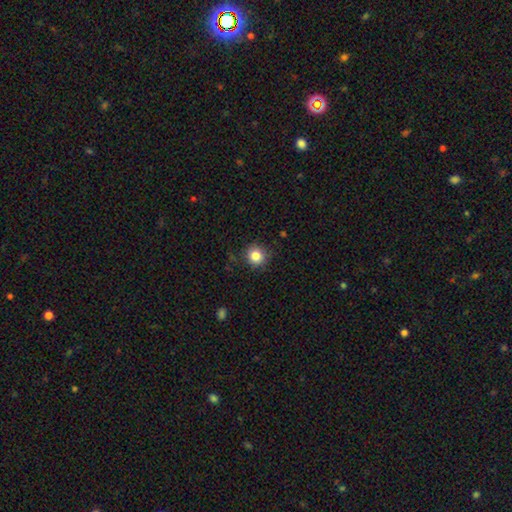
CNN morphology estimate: Smooth or featured? Predicted: smooth (p=0.84). How rounded? Predicted: round (p=0.93). Merging? Predicted: none (p=0.86).